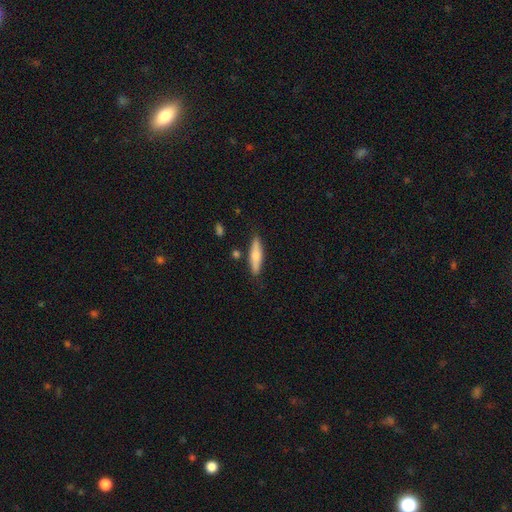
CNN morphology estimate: A smooth galaxy with no disk features (67%) that is cigar-shaped (72%).

Vote fractions:
- Smooth or featured? smooth: 67% / featured or disk: 27% / star or artifact: 6%
- How rounded? cigar-shaped: 72% / in between: 26% / round: 2%
- Merging? none: 82% / minor disturbance: 12% / merger: 3% / major disturbance: 2%